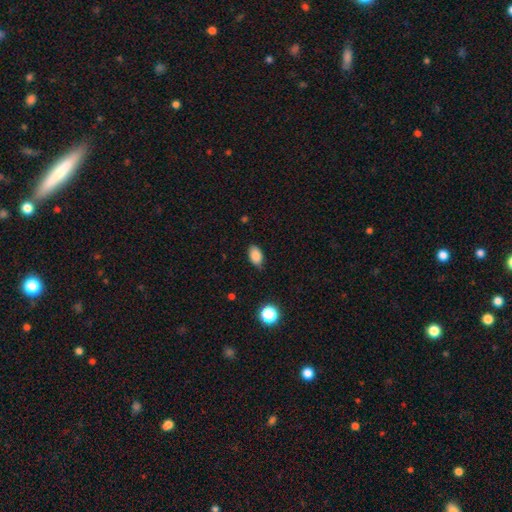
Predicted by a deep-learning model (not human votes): A smooth galaxy with no disk features (85%) that is in between round and cigar-shaped (89%).

Vote fractions:
- Smooth or featured? smooth: 85% / star or artifact: 10% / featured or disk: 5%
- How rounded? in between: 89% / round: 10% / cigar-shaped: 1%
- Merging? none: 80% / minor disturbance: 16% / major disturbance: 3% / merger: 1%